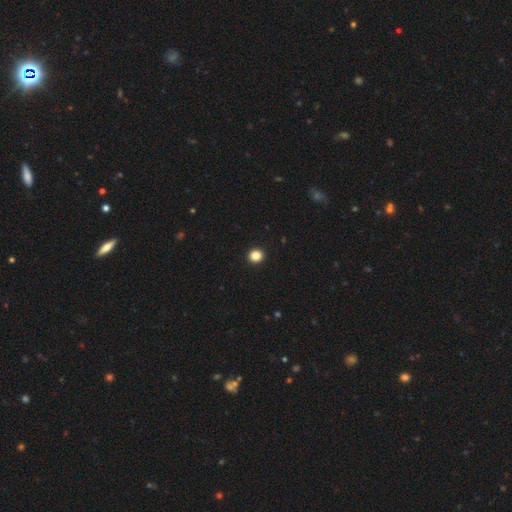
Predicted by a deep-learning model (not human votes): This appears to be a smooth galaxy with no disk features (85%) that is round (91%). Merging: none (94%).